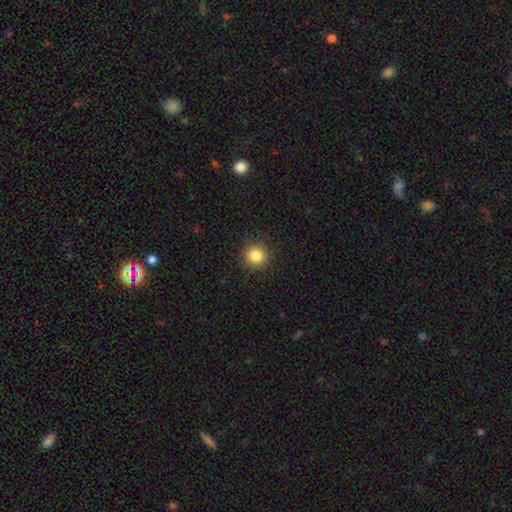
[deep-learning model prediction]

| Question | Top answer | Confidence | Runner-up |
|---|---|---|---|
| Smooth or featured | smooth | 85% | star or artifact (11%) |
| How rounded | round | 94% | in between (5%) |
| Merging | none | 91% | minor disturbance (6%) |